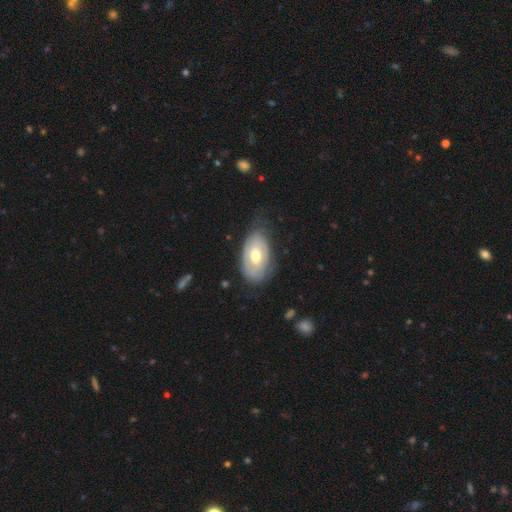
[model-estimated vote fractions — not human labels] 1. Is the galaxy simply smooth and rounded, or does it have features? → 54% featured or disk, 40% smooth, 6% star or artifact.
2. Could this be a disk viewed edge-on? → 91% no, 9% yes.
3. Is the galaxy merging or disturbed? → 63% none, 27% minor disturbance, 8% major disturbance, 2% merger.